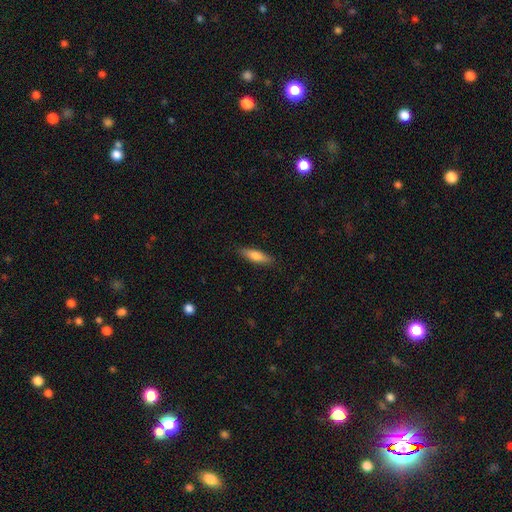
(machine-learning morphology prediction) Smooth or featured: smooth — 71% (featured or disk — 23%)
How rounded: cigar-shaped — 64% (in between — 34%)
Merging: none — 88% (minor disturbance — 9%)